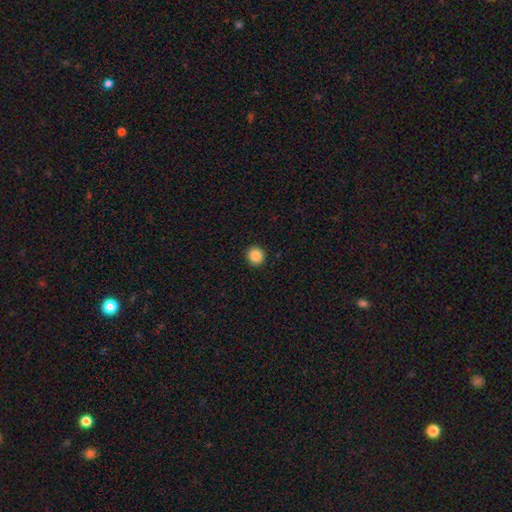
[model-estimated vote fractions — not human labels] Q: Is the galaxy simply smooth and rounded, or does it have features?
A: smooth — 87%.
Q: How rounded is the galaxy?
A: round — 91%.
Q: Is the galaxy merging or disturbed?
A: none — 93%.